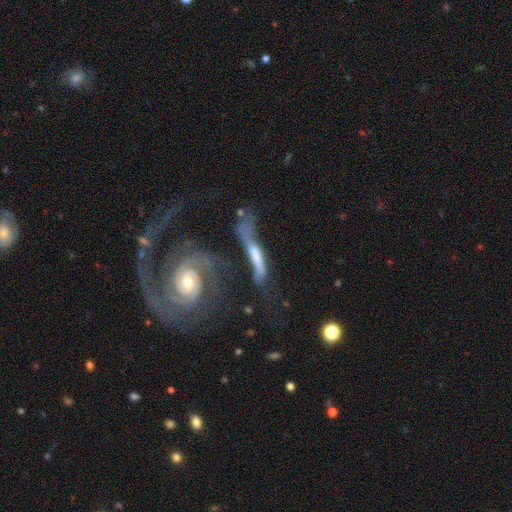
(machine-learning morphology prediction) Overall: featured or disk (67%). Edge-on disk: no (64%; yes 36%). Merging: major disturbance (28%, tied with none).